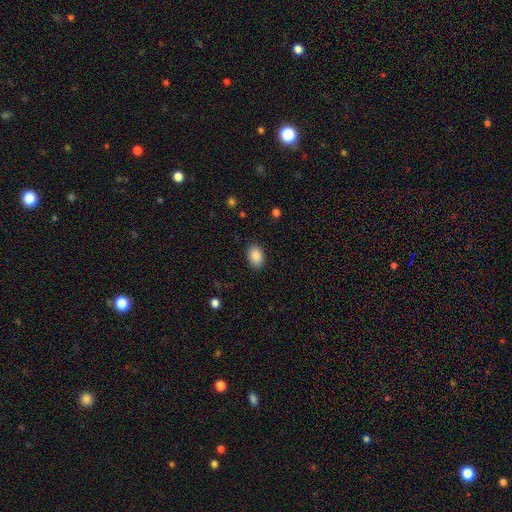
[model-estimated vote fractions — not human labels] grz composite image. It shows a smooth galaxy with no disk features (89%) that is in between round and cigar-shaped (84%). Merging: none (87%).